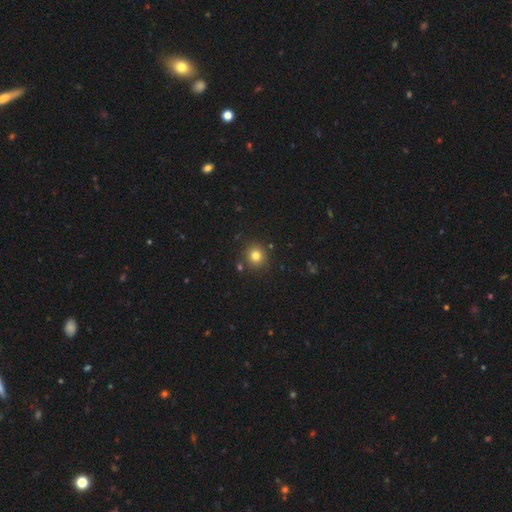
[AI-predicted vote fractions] Smooth or featured? Predicted: smooth (p=0.79). How rounded? Predicted: round (p=0.90). Merging? Predicted: none (p=0.85).